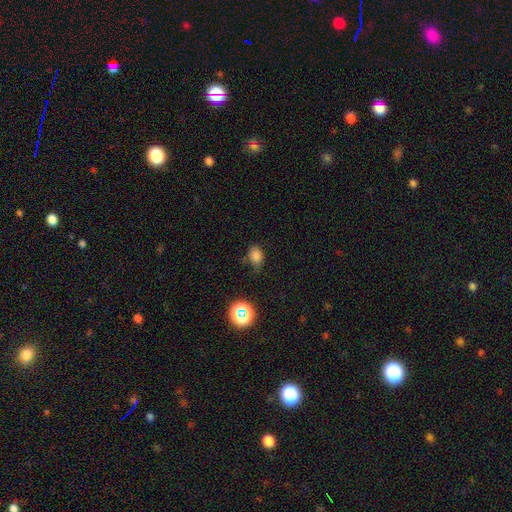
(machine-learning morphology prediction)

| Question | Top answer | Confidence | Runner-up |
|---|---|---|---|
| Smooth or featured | smooth | 78% | star or artifact (17%) |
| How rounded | in between | 67% | round (32%) |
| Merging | none | 65% | minor disturbance (26%) |